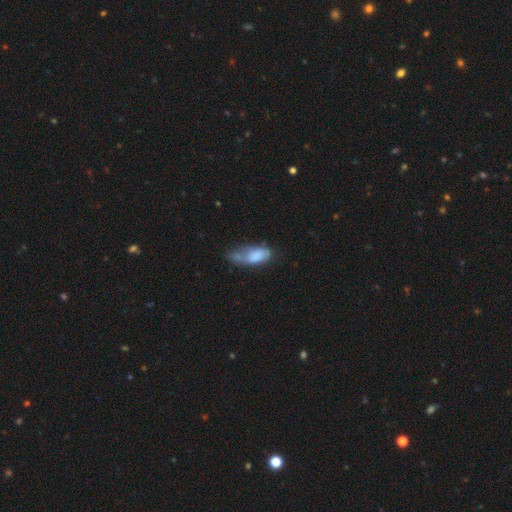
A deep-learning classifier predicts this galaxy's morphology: This appears to be a smooth galaxy with no disk features (74%) that is in between round and cigar-shaped (84%). Merging: none (27%, tied with minor disturbance).